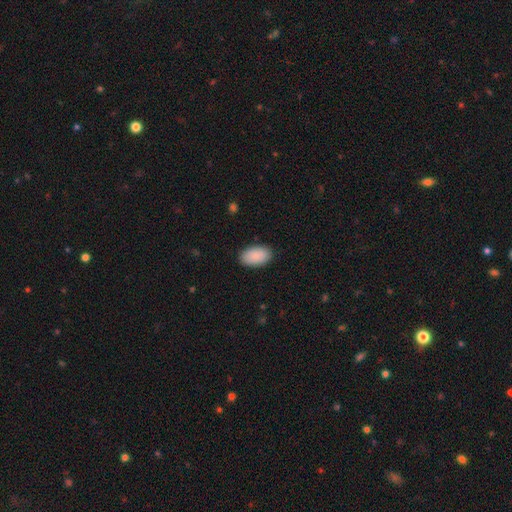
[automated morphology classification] Smooth or featured? Predicted: smooth (p=0.90). How rounded? Predicted: in between (p=0.95). Merging? Predicted: none (p=0.88).